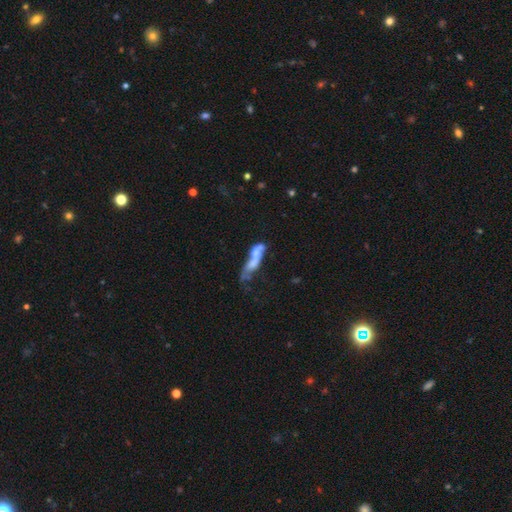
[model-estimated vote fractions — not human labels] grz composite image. It shows a featured or disk galaxy (45%, tied with smooth). Merging: merger (39%).